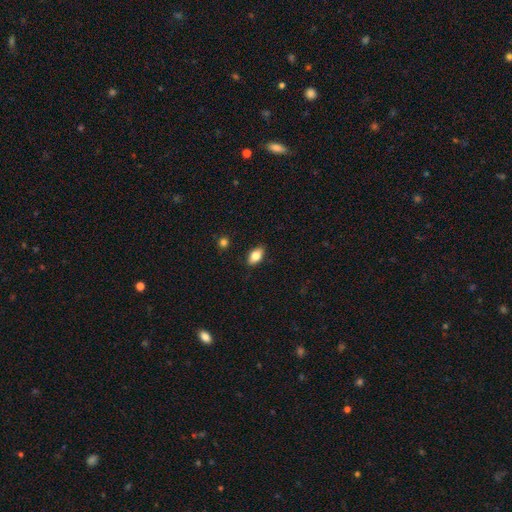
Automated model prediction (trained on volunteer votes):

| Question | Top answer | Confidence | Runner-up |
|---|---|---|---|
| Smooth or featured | smooth | 79% | featured or disk (14%) |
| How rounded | in between | 89% | round (6%) |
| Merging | none | 88% | minor disturbance (9%) |